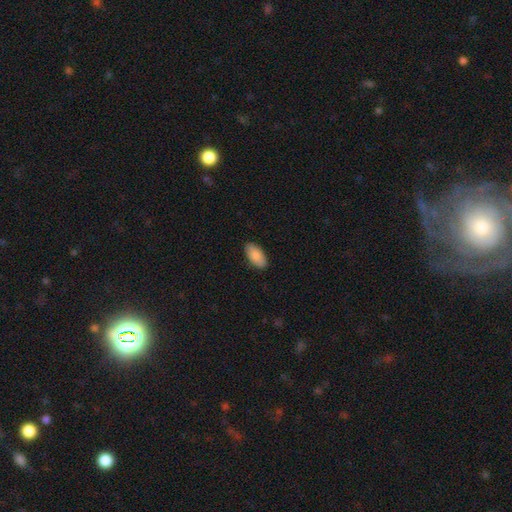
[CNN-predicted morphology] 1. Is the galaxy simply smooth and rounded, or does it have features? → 87% smooth, 7% featured or disk, 6% star or artifact.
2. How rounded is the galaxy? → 93% in between, 5% cigar-shaped, 2% round.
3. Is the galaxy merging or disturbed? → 88% none, 9% minor disturbance, 2% major disturbance, 1% merger.